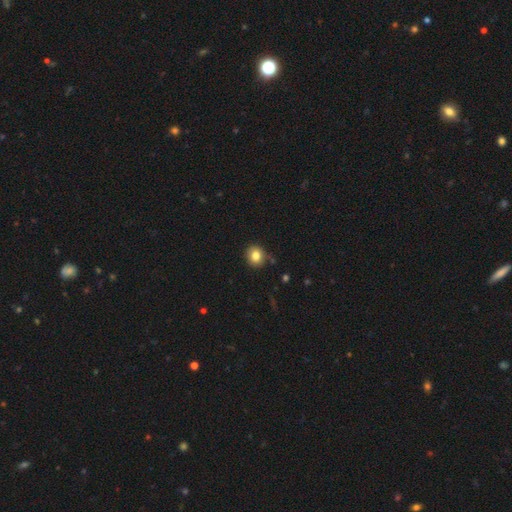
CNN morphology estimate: A smooth galaxy with no disk features (82%) that is round (78%).

Vote fractions:
- Smooth or featured? smooth: 82% / star or artifact: 10% / featured or disk: 8%
- How rounded? round: 78% / in between: 21% / cigar-shaped: 1%
- Merging? none: 82% / minor disturbance: 13% / major disturbance: 3% / merger: 3%